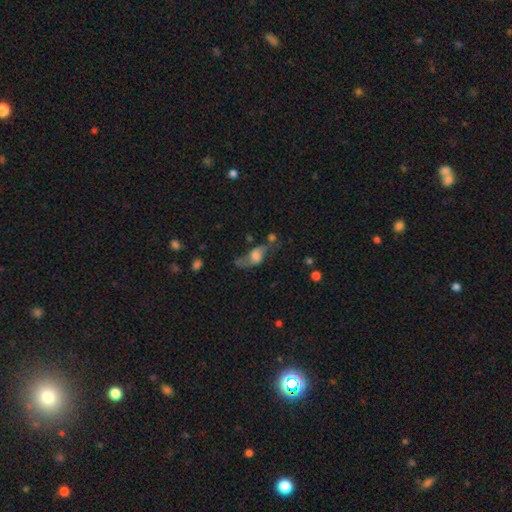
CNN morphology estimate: smooth-or-featured: featured or disk: 49% | smooth: 40% | star or artifact: 11%
  merging: none: 37% | major disturbance: 29% | minor disturbance: 23% | merger: 11%